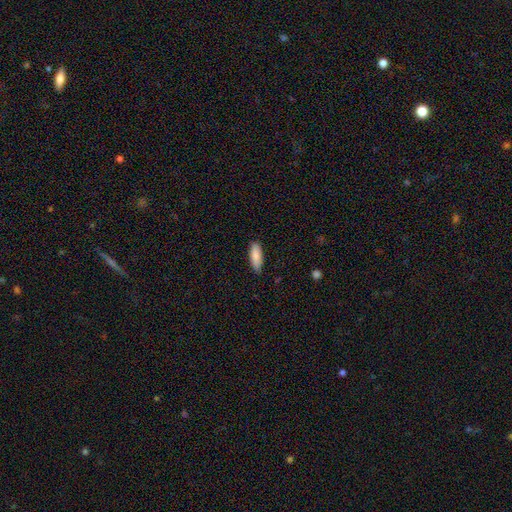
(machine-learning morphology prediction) Smooth or featured? Predicted: smooth (p=0.86). How rounded? Predicted: in between (p=0.64). Merging? Predicted: none (p=0.85).